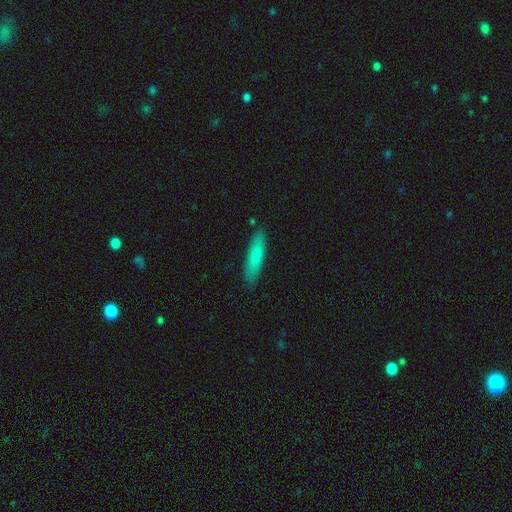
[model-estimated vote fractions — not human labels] Smooth or featured?
  - smooth: 78% *
  - featured or disk: 16%
  - star or artifact: 6%
How rounded?
  - cigar-shaped: 77% *
  - in between: 22%
  - round: 1%
Merging?
  - none: 87% *
  - minor disturbance: 10%
  - major disturbance: 2%
  - merger: 2%